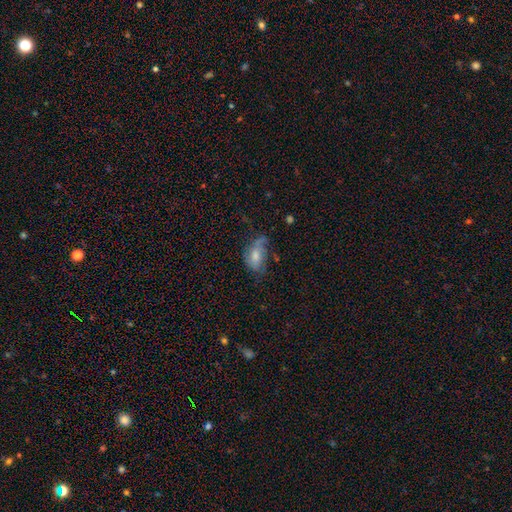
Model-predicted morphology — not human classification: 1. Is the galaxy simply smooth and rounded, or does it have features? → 52% smooth, 39% featured or disk, 9% star or artifact.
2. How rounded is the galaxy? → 88% in between, 8% round, 3% cigar-shaped.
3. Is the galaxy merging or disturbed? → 35% none, 31% minor disturbance, 29% major disturbance, 4% merger.